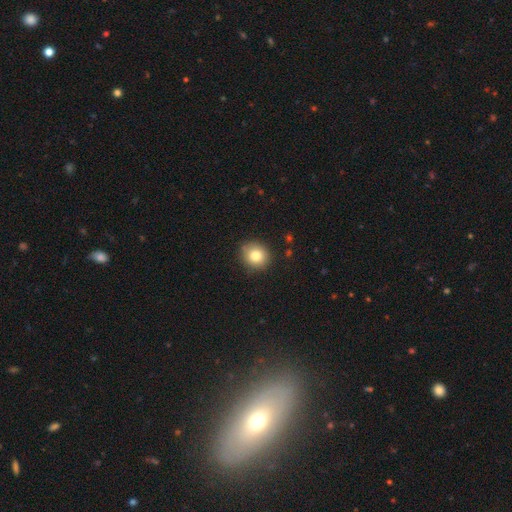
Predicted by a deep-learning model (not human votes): This appears to be a smooth galaxy with no disk features (81%) that is round (82%). Merging: none (87%).